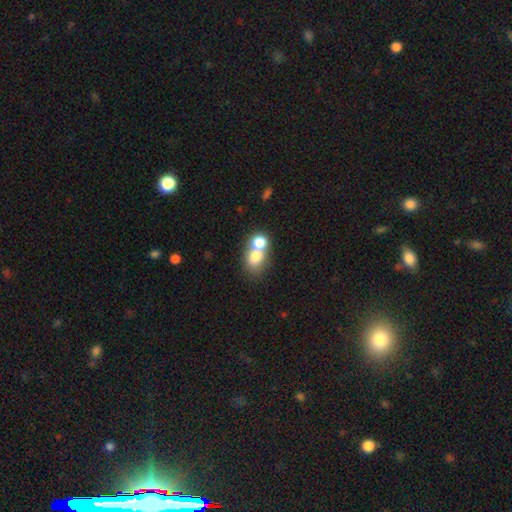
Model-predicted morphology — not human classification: Smooth or featured? Predicted: smooth (p=0.73). How rounded? Predicted: in between (p=0.51). Merging? Predicted: merger (p=0.67).